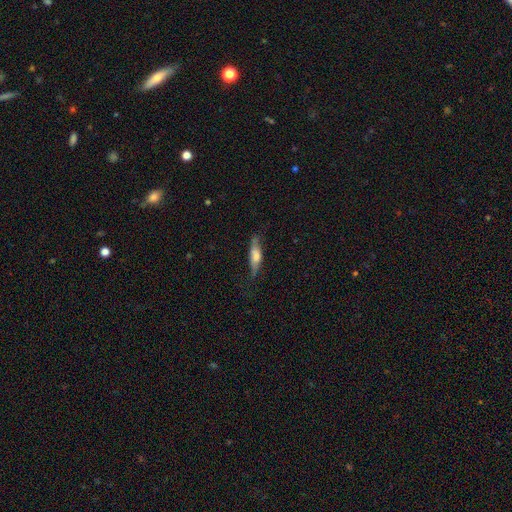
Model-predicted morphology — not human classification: This appears to be a smooth galaxy with no disk features (56%) that is cigar-shaped (59%). Merging: none (62%).